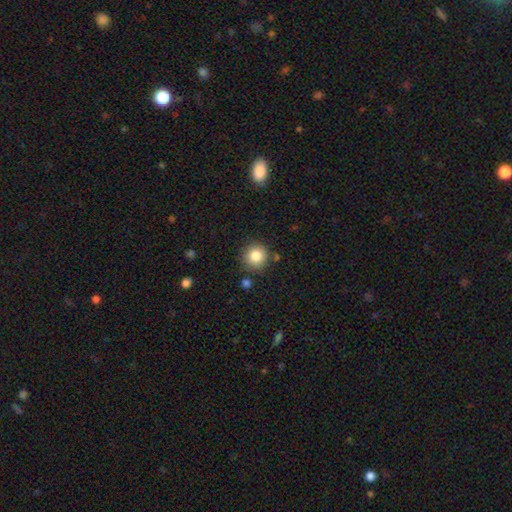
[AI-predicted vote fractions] Q: Smooth or featured?
A: smooth (84%); runner-up: star or artifact (10%)
Q: How rounded?
A: round (93%); runner-up: in between (6%)
Q: Merging?
A: none (83%); runner-up: minor disturbance (10%)